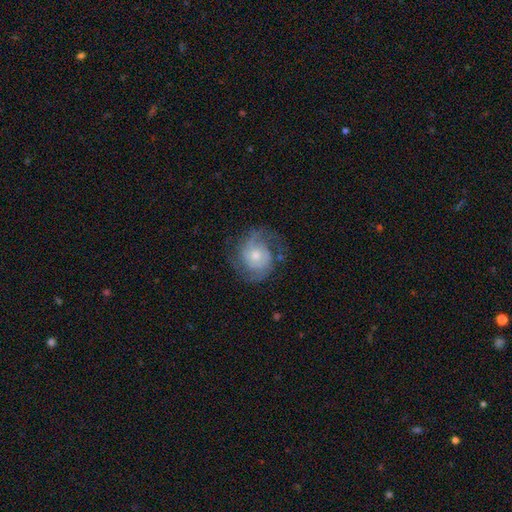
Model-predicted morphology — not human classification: featured or disk 79%, smooth 15%, star or artifact 6%. Down the decision tree: edge-on disk — no (98%); bar — no (71%); spiral arms — yes (93%); spiral arm count — 2 (62%); spiral winding — medium (43%); bulge size — moderate (52%); merging — none (66%).